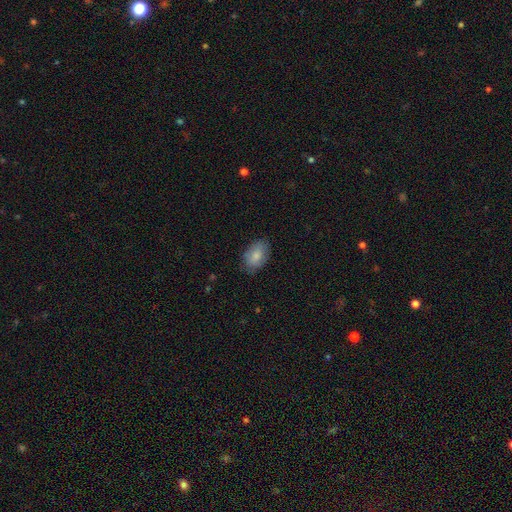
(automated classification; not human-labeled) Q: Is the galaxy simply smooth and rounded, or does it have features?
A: smooth — 82%.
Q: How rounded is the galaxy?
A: in between — 90%.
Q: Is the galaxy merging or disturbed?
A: none — 77%.